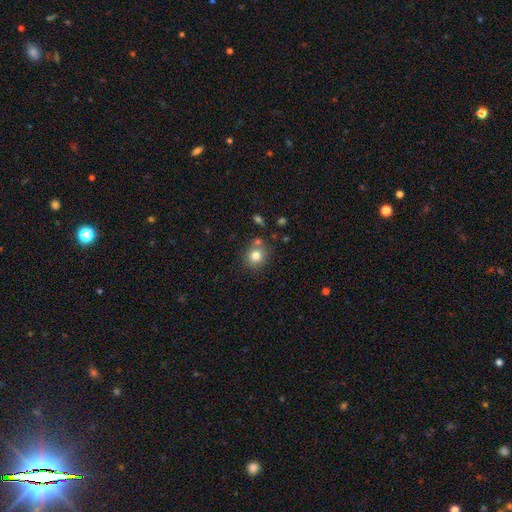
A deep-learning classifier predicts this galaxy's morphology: Smooth or featured? Predicted: smooth (p=0.80). How rounded? Predicted: round (p=0.83). Merging? Predicted: none (p=0.74).